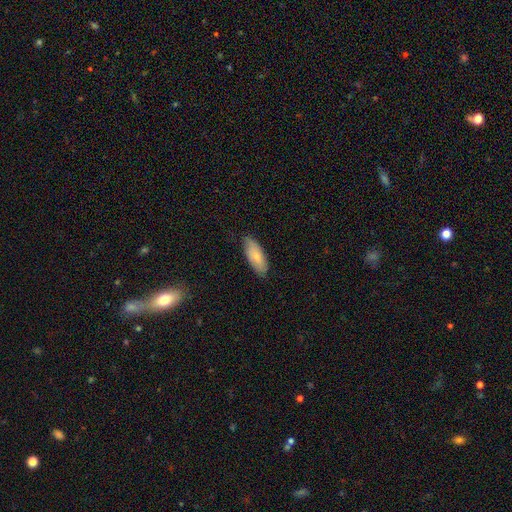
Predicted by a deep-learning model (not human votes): smooth_or_featured: smooth (p=0.77) [alt: featured or disk p=0.18]
how_rounded: in between (p=0.76) [alt: cigar-shaped p=0.22]
merging: none (p=0.80) [alt: minor disturbance p=0.16]